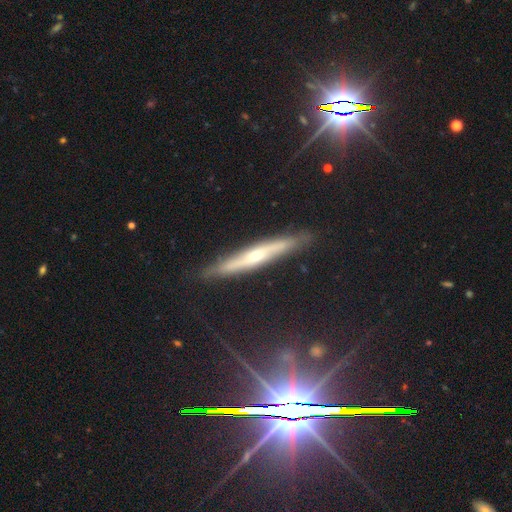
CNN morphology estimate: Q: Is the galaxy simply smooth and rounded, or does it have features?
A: featured or disk — 66%.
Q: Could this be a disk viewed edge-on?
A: yes — 89%.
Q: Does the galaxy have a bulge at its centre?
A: rounded — 73%.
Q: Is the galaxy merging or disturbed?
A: none — 85%.